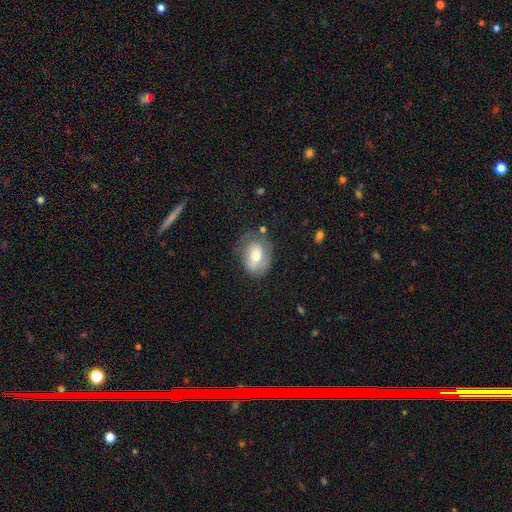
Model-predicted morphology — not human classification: The model was most divided on "smooth or featured": smooth: 57%, featured or disk: 35%, star or artifact: 8%. More confident: how rounded — in between (67%); merging — none (58%).